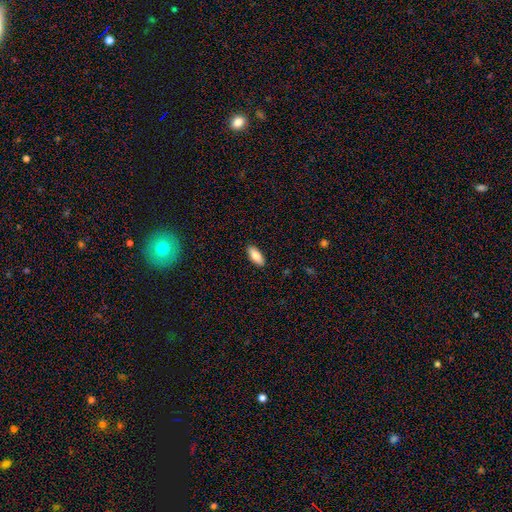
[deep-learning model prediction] A smooth galaxy with no disk features (81%) that is in between round and cigar-shaped (84%).

Vote fractions:
- Smooth or featured? smooth: 81% / featured or disk: 13% / star or artifact: 6%
- How rounded? in between: 84% / cigar-shaped: 14% / round: 2%
- Merging? none: 90% / minor disturbance: 8% / major disturbance: 2% / merger: 1%